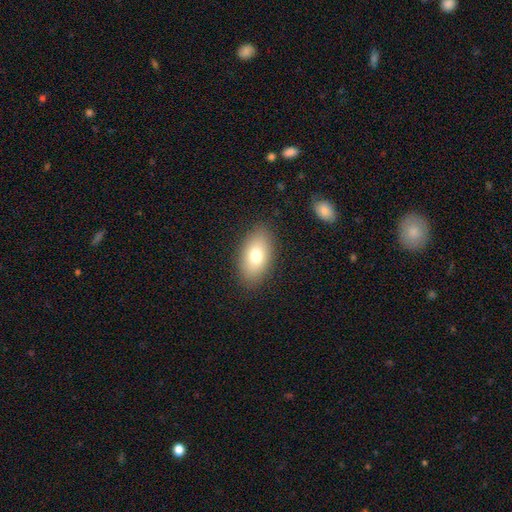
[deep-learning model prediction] The model was most divided on "smooth or featured": smooth: 76%, featured or disk: 16%, star or artifact: 9%. More confident: how rounded — in between (92%); merging — none (87%).